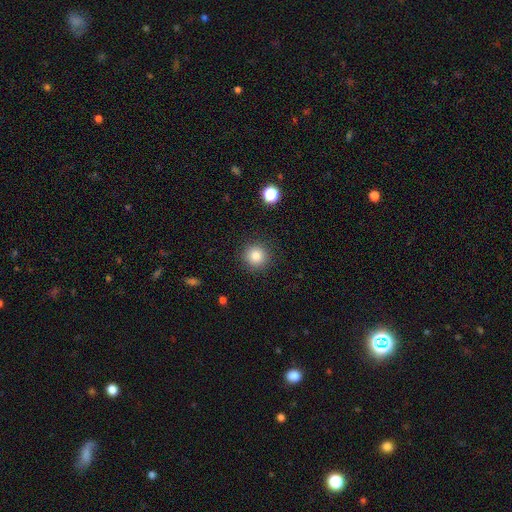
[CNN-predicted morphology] This is clearly a smooth galaxy (84%). How rounded: clearly round (94%). Merging: clearly none (90%).